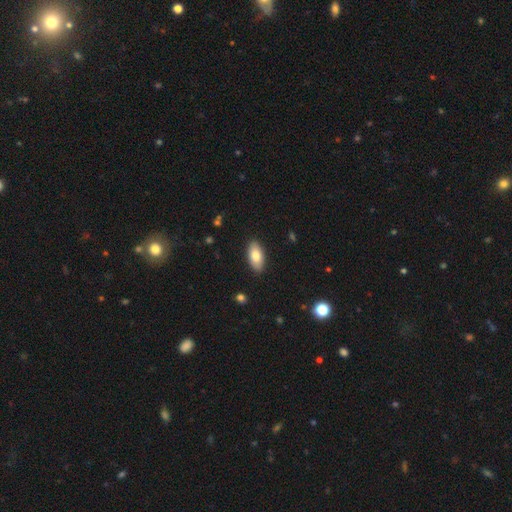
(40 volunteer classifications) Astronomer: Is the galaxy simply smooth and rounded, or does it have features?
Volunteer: smooth — 75%.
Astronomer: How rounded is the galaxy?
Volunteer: in between — 97%.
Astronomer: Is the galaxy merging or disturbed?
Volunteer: none — 100%.